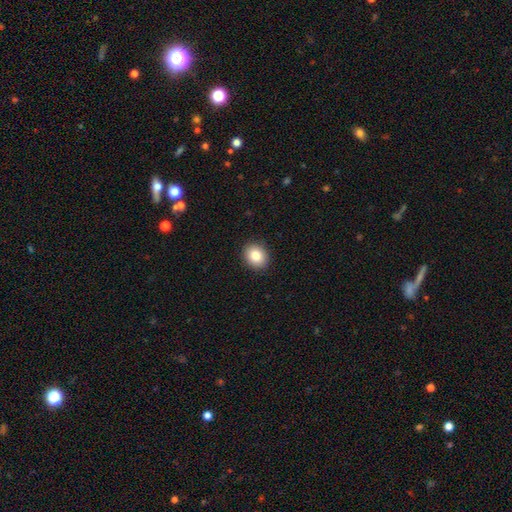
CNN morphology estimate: Smooth or featured?
  - smooth: 84% *
  - star or artifact: 9%
  - featured or disk: 7%
How rounded?
  - round: 61% *
  - in between: 38%
  - cigar-shaped: 1%
Merging?
  - none: 91% *
  - minor disturbance: 6%
  - major disturbance: 2%
  - merger: 1%